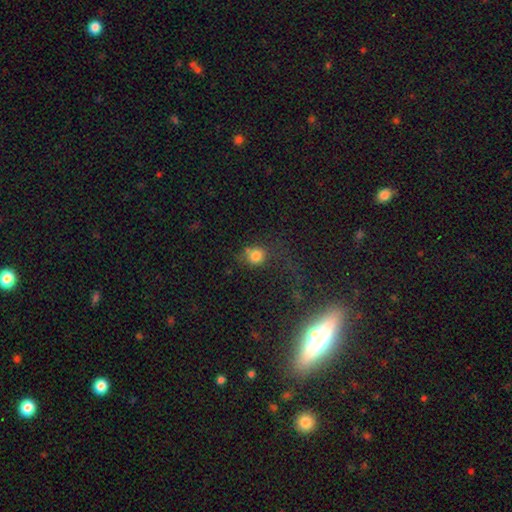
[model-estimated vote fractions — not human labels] A smooth galaxy with no disk features (77%) that is round (83%). Merging: none (54%).